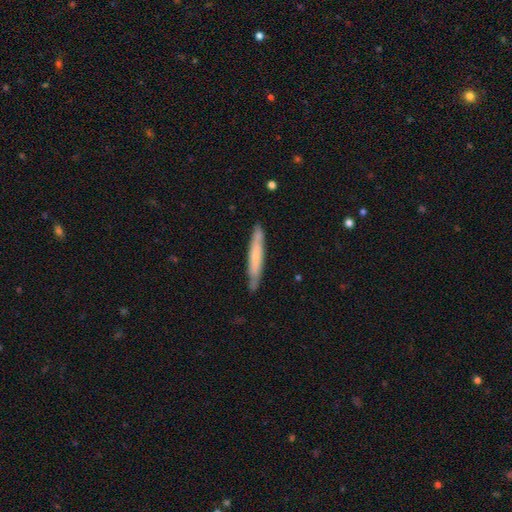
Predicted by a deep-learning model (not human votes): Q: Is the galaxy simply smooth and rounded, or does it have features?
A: smooth — 55%.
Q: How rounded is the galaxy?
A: cigar-shaped — 94%.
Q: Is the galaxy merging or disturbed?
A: none — 83%.